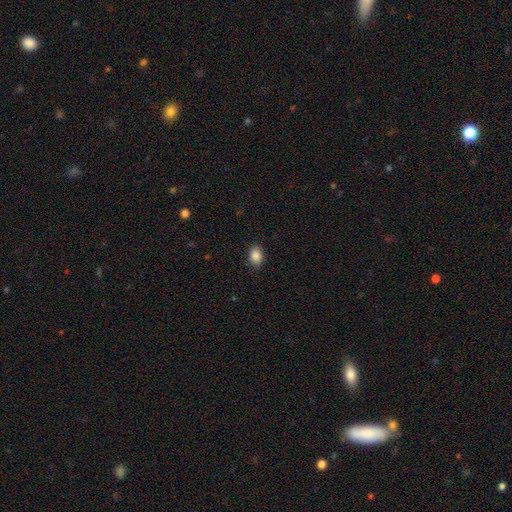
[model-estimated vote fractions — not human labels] The model was most divided on "how rounded": in between: 80%, round: 18%, cigar-shaped: 1%. More confident: smooth or featured — smooth (88%); merging — none (87%).